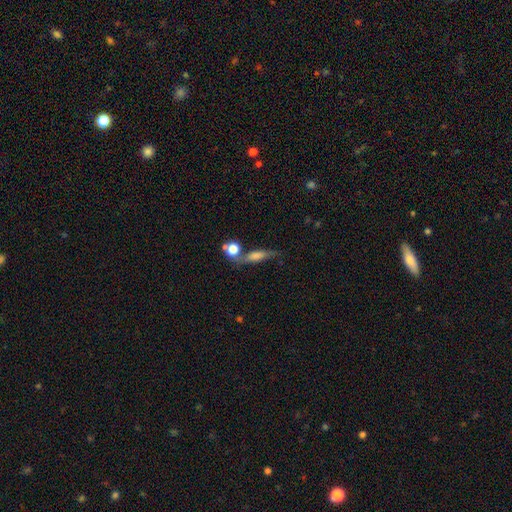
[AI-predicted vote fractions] Morphology: type=featured or disk (45%); merging=none (52%).